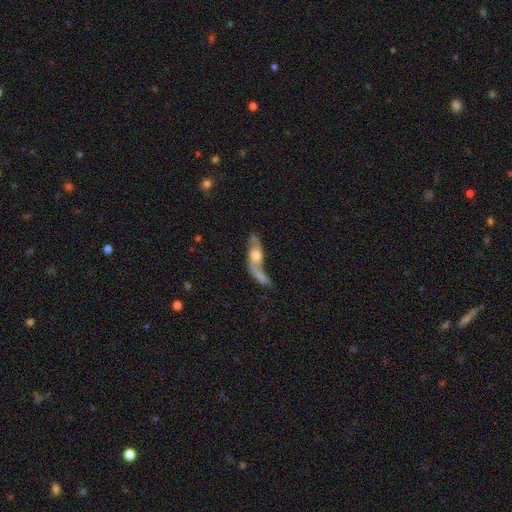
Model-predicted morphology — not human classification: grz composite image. It shows a featured or disk galaxy (55%). Merging: merger (47%).